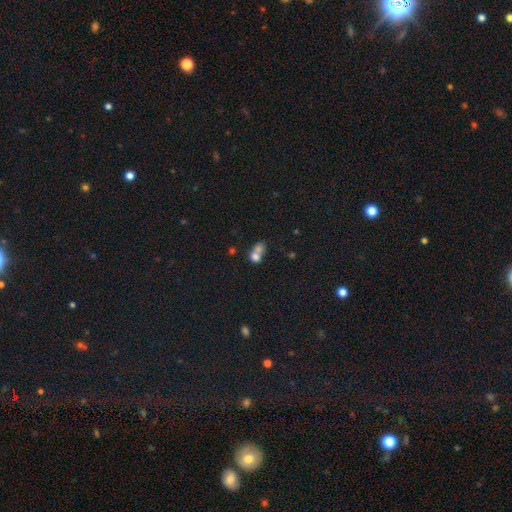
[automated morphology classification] Overall: smooth (73%). How rounded: round (61%; in between 37%). Merging: merger (68%).